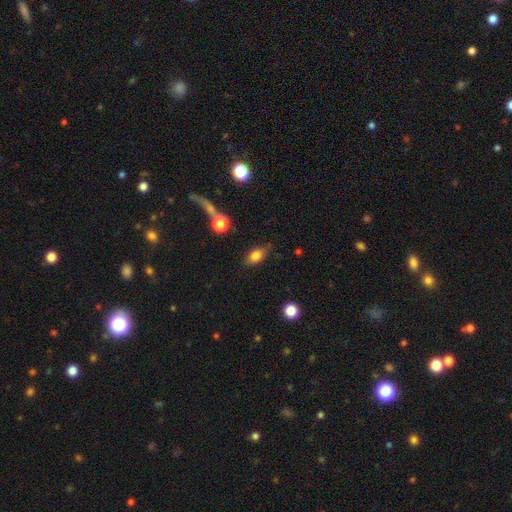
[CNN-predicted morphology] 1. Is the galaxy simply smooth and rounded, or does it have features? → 79% smooth, 12% featured or disk, 9% star or artifact.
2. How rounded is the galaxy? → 80% in between, 15% round, 5% cigar-shaped.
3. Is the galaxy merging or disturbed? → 74% none, 18% minor disturbance, 5% major disturbance, 3% merger.